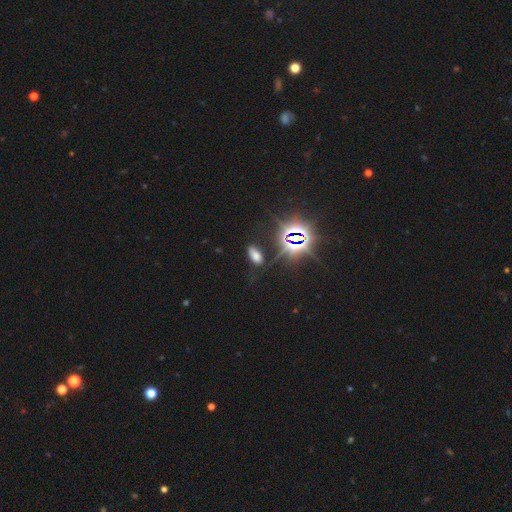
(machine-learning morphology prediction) Smooth or featured? Predicted: smooth (p=0.52). How rounded? Predicted: in between (p=0.89). Merging? Predicted: none (p=0.76).